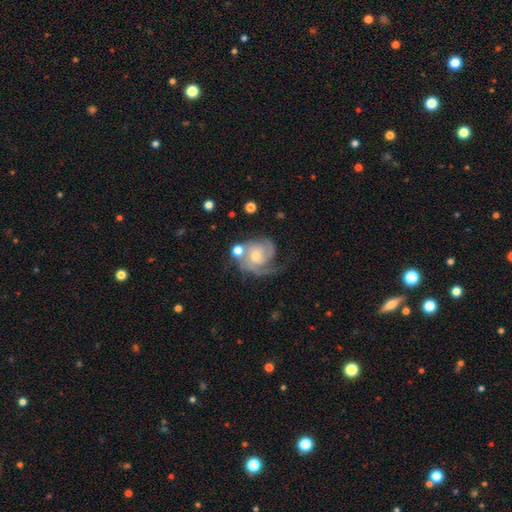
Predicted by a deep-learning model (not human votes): Morphology: type=featured or disk (81%); edge-on=no (98%); bar=no (72%); spiral arms=yes (95%); winding=tight (49%); arm count=2 (38%); bulge=moderate (48%); merging=none (47%).